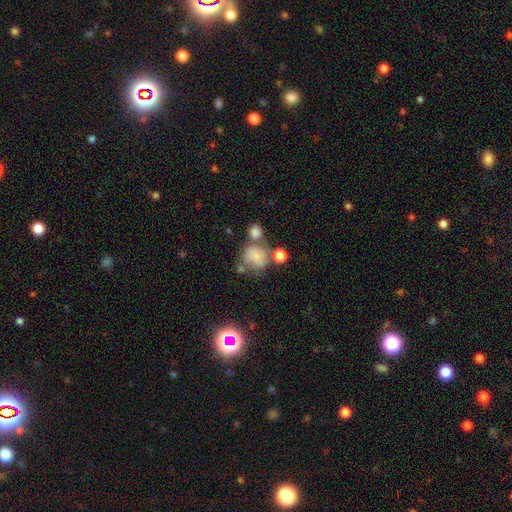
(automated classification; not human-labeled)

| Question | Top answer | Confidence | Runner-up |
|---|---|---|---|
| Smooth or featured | smooth | 68% | featured or disk (21%) |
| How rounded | round | 72% | in between (27%) |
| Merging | none | 38% | merger (32%) |